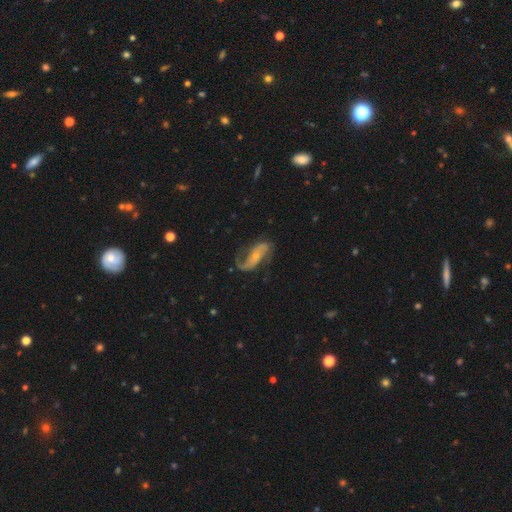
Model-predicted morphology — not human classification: Smooth or featured?
  - featured or disk: 84% *
  - smooth: 11%
  - star or artifact: 5%
Edge-on disk?
  - no: 95% *
  - yes: 5%
Bar?
  - no: 48% *
  - weak: 30%
  - strong: 22%
Spiral arms?
  - yes: 95% *
  - no: 5%
Spiral winding?
  - loose: 56% *
  - medium: 33%
  - tight: 11%
Spiral arm count?
  - 2: 85% *
  - 1: 9%
  - can't tell: 3%
  - 3: 1%
  - 4: 1%
  - more than 4: 1%
Bulge size?
  - small: 68% *
  - moderate: 24%
  - none: 4%
  - large: 2%
  - dominant: 1%
Merging?
  - none: 64% *
  - minor disturbance: 19%
  - major disturbance: 15%
  - merger: 2%